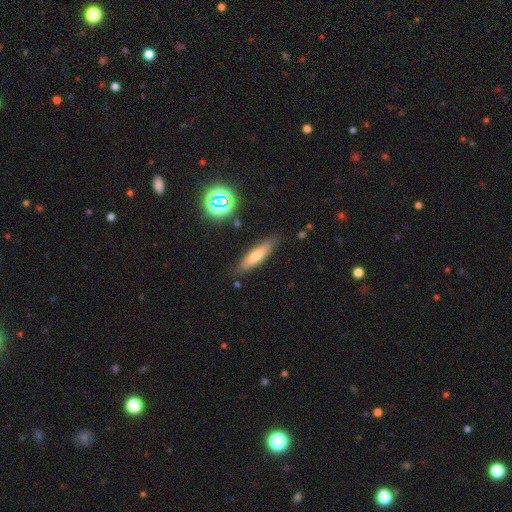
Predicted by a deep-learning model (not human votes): Overall: smooth (62%; featured or disk 29%). How rounded: cigar-shaped (73%). Merging: none (85%).